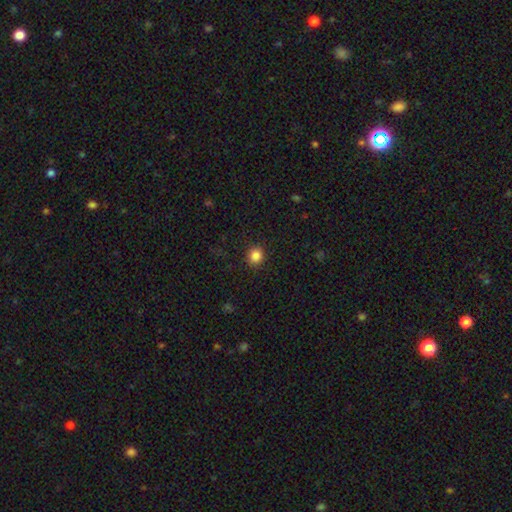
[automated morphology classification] Smooth or featured? smooth (85%)
How rounded? round (87%)
Merging? none (90%)